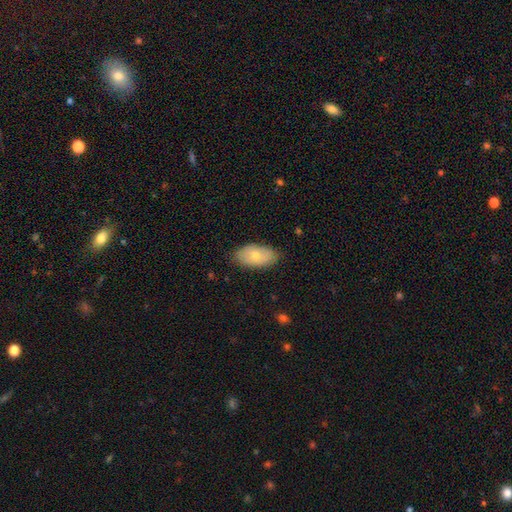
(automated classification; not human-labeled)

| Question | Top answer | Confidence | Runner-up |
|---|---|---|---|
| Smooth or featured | smooth | 73% | featured or disk (21%) |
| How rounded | in between | 93% | round (4%) |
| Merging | none | 80% | minor disturbance (16%) |